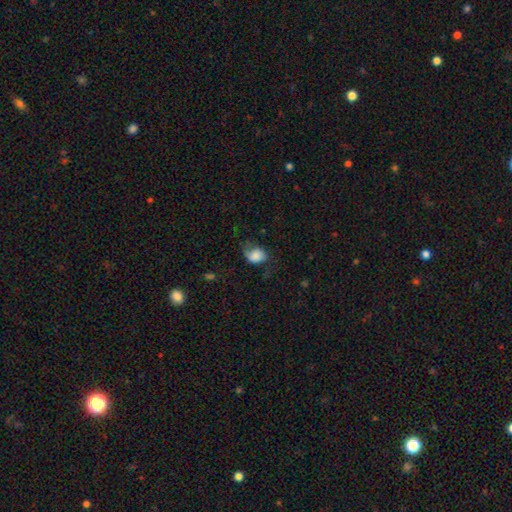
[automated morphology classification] smooth-or-featured: smooth: 74% | featured or disk: 17% | star or artifact: 9%
  how-rounded: in between: 53% | round: 46% | cigar-shaped: 1%
  merging: none: 44% | minor disturbance: 33% | major disturbance: 21% | merger: 2%